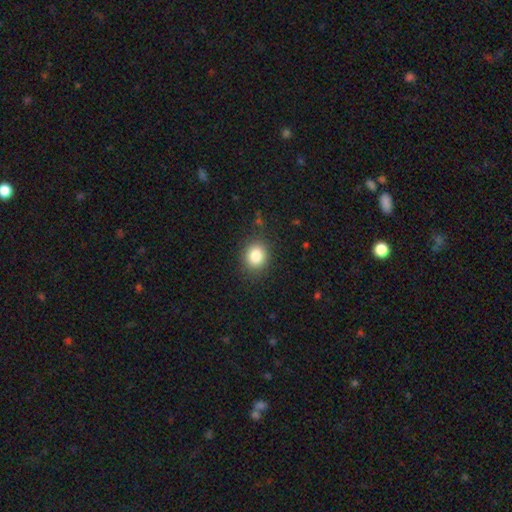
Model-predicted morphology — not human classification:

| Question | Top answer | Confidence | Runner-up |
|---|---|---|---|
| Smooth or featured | smooth | 84% | star or artifact (10%) |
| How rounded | round | 75% | in between (24%) |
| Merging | none | 87% | minor disturbance (9%) |